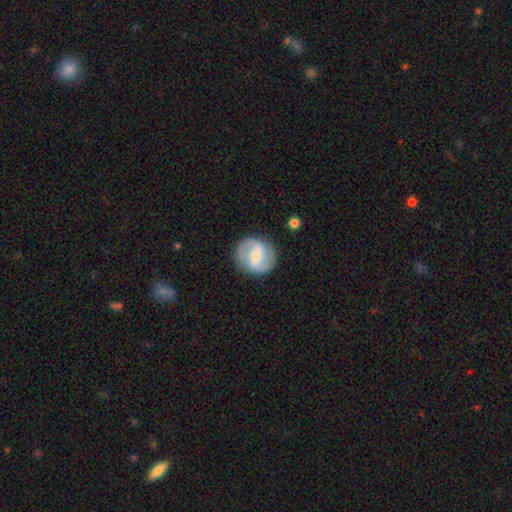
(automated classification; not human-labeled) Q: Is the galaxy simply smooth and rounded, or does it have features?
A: featured or disk — 75%.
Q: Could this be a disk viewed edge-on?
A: no — 97%.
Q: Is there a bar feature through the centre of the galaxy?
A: weak — 45%.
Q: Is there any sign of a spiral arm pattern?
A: yes — 88%.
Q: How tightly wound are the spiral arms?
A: medium — 48%.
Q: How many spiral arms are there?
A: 2 — 90%.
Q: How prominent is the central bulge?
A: small — 61%.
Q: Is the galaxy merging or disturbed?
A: none — 85%.